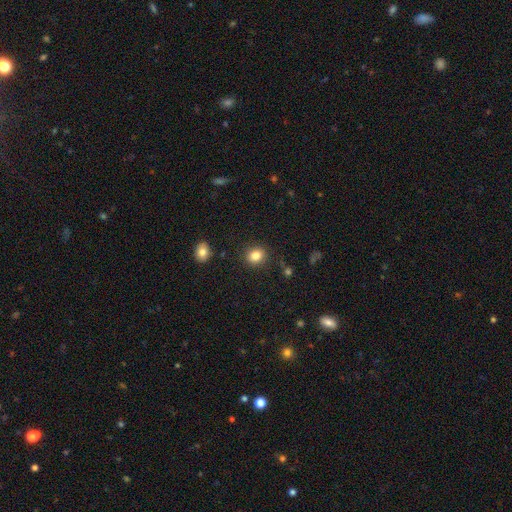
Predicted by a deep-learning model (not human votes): Morphology: type=smooth (83%); roundness=round (74%); merging=none (89%).